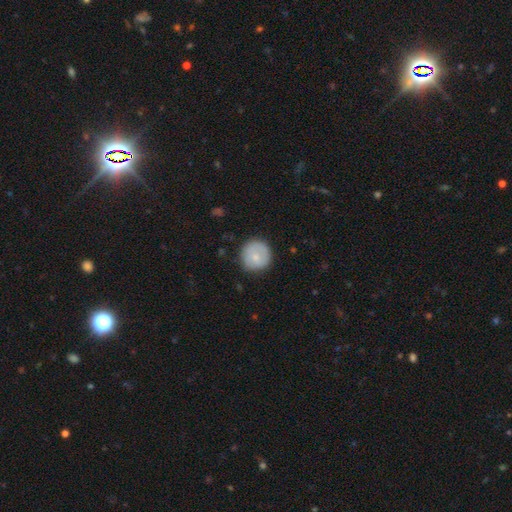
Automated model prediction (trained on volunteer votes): Smooth or featured: smooth — 72% (featured or disk — 22%)
How rounded: round — 94% (in between — 5%)
Merging: none — 82% (minor disturbance — 14%)